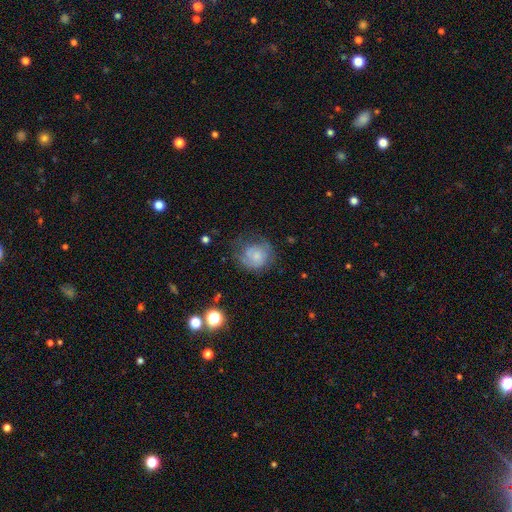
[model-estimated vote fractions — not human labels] smooth 55%, featured or disk 35%, star or artifact 10%. Down the decision tree: how rounded — round (76%); merging — none (46%).